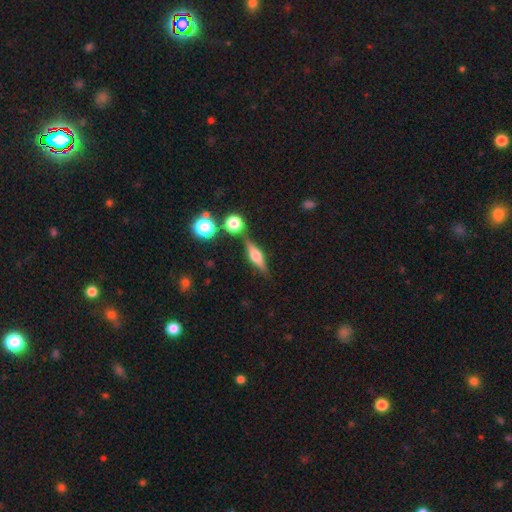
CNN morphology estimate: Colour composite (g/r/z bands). It shows a featured or disk galaxy (65%) viewed edge-on (95%) with a rounded central bulge (89%). Merging: none (76%).